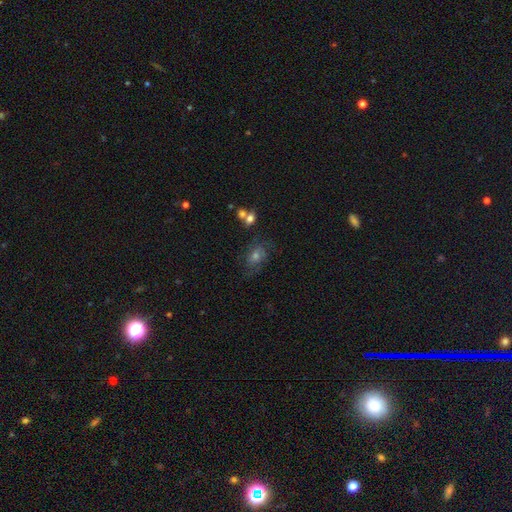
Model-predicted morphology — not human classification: Q: Smooth or featured?
A: featured or disk (50%); runner-up: smooth (26%)
Q: Edge-on disk?
A: no (95%); runner-up: yes (5%)
Q: Merging?
A: none (66%); runner-up: minor disturbance (18%)